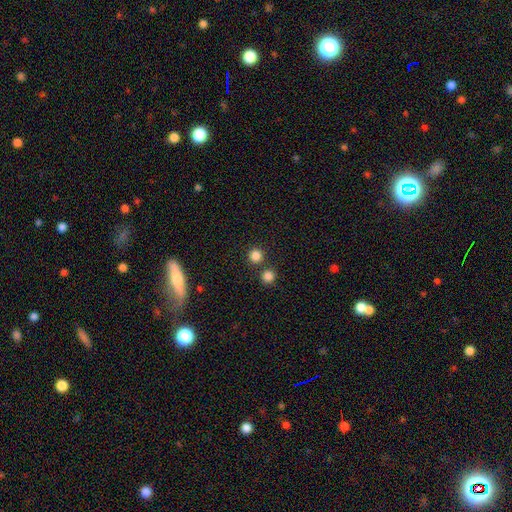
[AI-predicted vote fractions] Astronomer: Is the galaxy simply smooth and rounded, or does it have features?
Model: smooth — 82%.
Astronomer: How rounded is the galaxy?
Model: round — 94%.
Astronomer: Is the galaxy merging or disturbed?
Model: none — 79%.